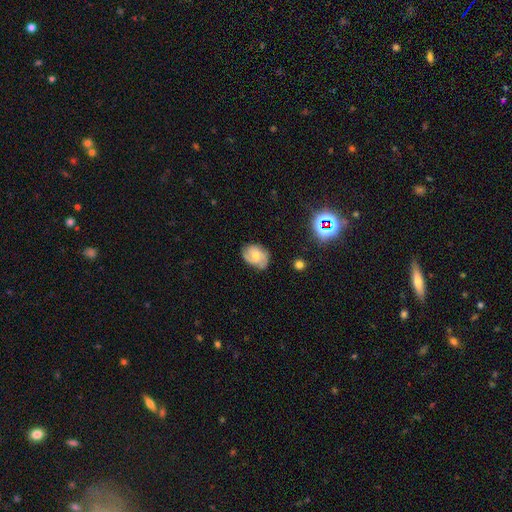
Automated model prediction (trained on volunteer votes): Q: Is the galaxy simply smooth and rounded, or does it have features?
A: featured or disk — 58%.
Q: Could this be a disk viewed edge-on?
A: no — 96%.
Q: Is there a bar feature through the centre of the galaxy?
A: no — 55%.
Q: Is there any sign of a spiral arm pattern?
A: yes — 88%.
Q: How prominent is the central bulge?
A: moderate — 52%.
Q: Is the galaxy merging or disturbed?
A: none — 68%.